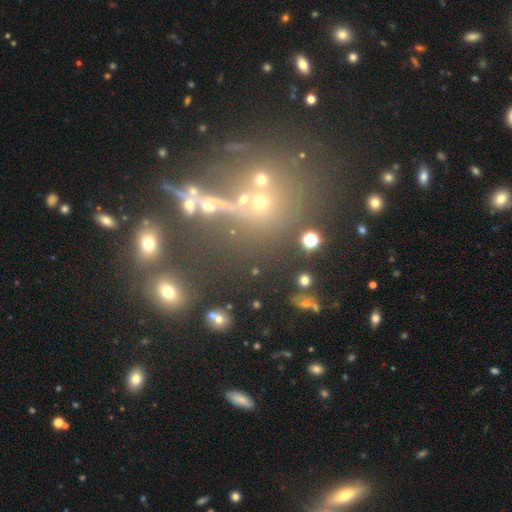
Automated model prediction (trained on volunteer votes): Overall: star or artifact (54%; smooth 28%).